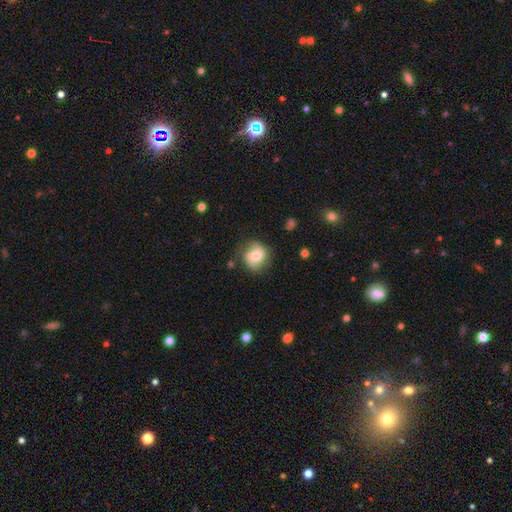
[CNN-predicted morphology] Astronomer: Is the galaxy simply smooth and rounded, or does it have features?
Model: smooth — 51% (runner-up: featured or disk, 40%).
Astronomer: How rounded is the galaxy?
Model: round — 74%.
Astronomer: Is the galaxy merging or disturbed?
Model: none — 70%.